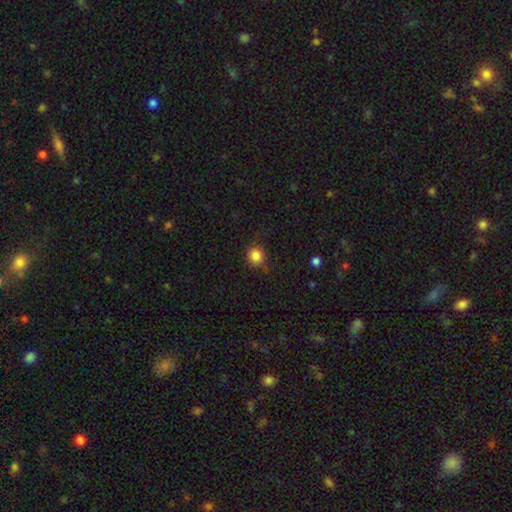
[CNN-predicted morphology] Overall: smooth (84%). How rounded: round (90%). Merging: none (83%).